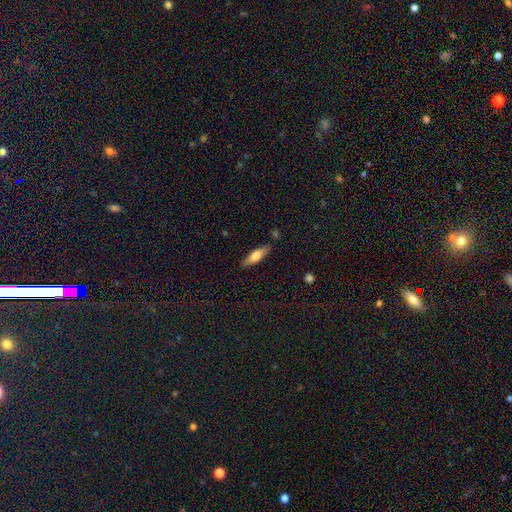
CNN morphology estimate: The model was most divided on "how rounded": cigar-shaped: 60%, in between: 38%, round: 2%. More confident: merging — none (85%); smooth or featured — smooth (61%).